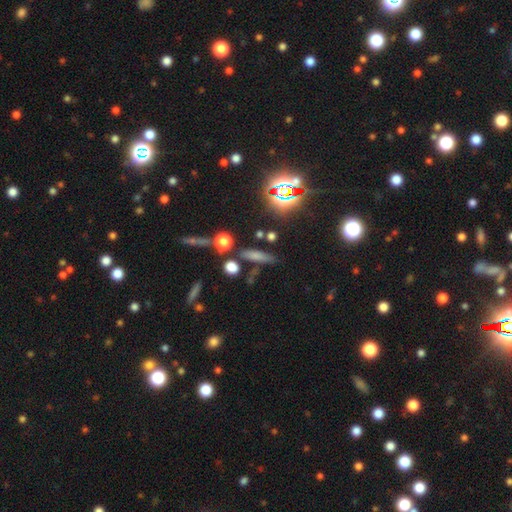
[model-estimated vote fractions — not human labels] A smooth galaxy with no disk features (62%) that is cigar-shaped (65%).

Vote fractions:
- Smooth or featured? smooth: 62% / star or artifact: 20% / featured or disk: 18%
- How rounded? cigar-shaped: 65% / in between: 27% / round: 8%
- Merging? none: 71% / minor disturbance: 14% / merger: 10% / major disturbance: 6%